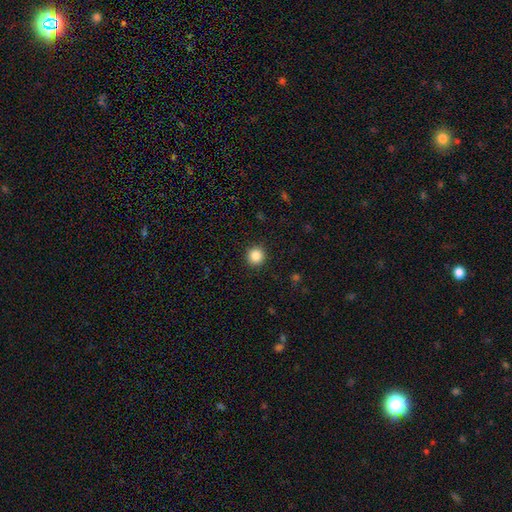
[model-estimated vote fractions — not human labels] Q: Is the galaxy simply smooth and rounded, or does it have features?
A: smooth — 86%.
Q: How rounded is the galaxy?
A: round — 94%.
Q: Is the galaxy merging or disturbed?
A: none — 92%.